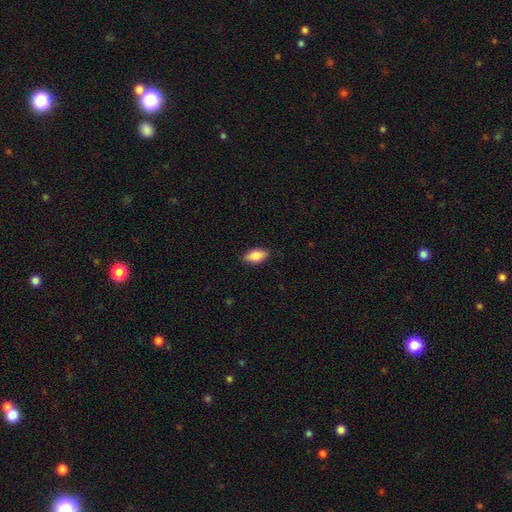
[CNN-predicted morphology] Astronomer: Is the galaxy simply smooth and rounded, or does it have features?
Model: smooth — 85%.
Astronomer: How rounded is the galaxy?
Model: in between — 90%.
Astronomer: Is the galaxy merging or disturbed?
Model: none — 84%.